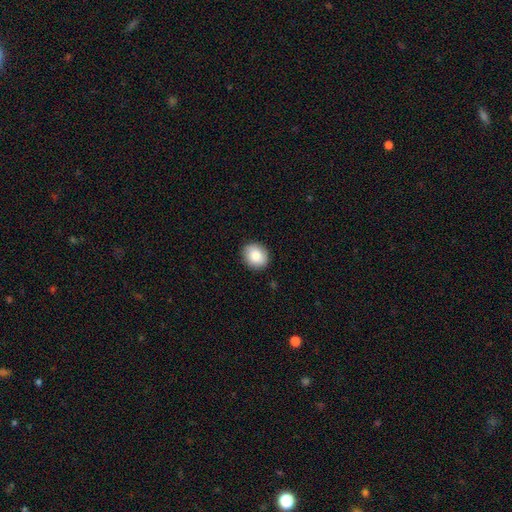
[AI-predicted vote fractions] A smooth galaxy with no disk features (85%) that is round (72%). Merging: none (90%).